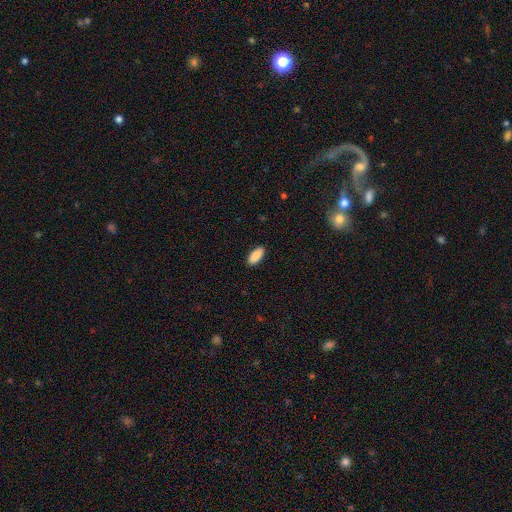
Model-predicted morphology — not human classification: A smooth galaxy with no disk features (90%) that is in between round and cigar-shaped (88%). Merging: none (89%).